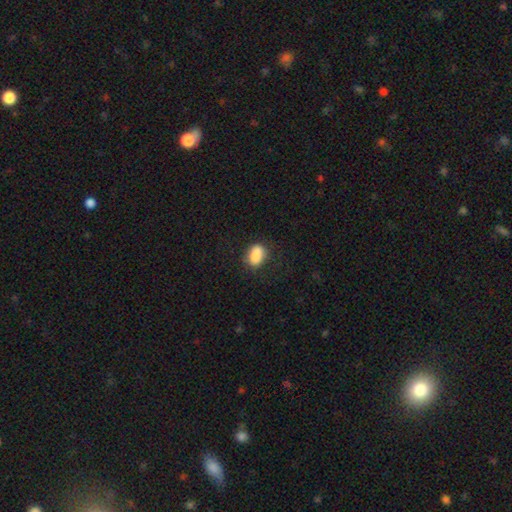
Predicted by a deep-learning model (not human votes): Smooth or featured: smooth — 85% (star or artifact — 8%)
How rounded: in between — 79% (round — 19%)
Merging: none — 75% (minor disturbance — 18%)